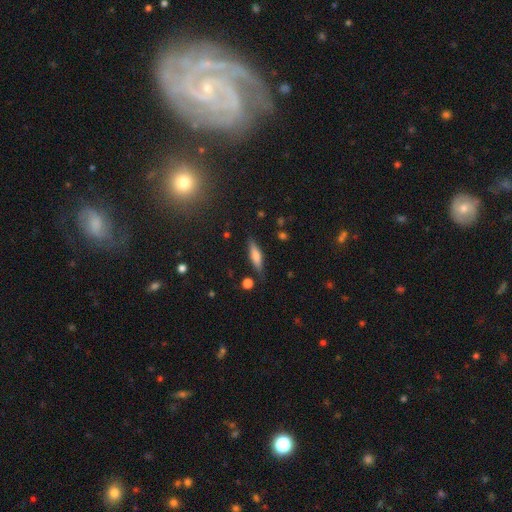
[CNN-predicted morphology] Smooth or featured?
  - smooth: 58% *
  - featured or disk: 34%
  - star or artifact: 8%
How rounded?
  - cigar-shaped: 69% *
  - in between: 28%
  - round: 2%
Merging?
  - none: 82% *
  - minor disturbance: 13%
  - major disturbance: 3%
  - merger: 2%